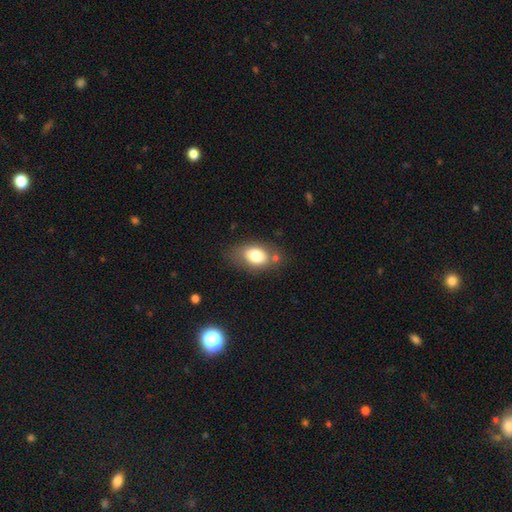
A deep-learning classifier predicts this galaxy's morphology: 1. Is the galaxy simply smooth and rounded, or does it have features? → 75% smooth, 16% featured or disk, 8% star or artifact.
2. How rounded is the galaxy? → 82% in between, 16% round, 2% cigar-shaped.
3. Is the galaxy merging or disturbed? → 67% none, 18% minor disturbance, 8% merger, 7% major disturbance.